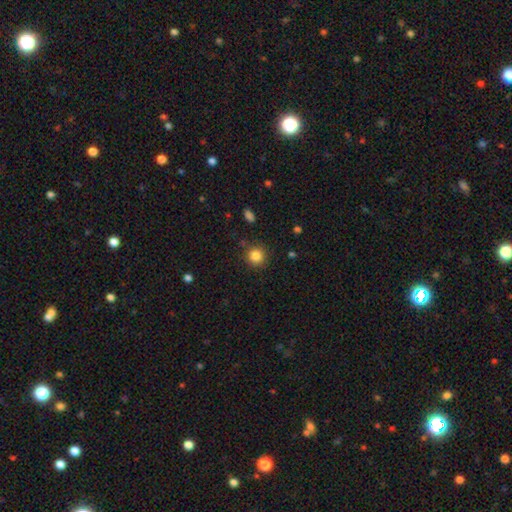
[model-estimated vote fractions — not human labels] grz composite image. It shows a smooth galaxy with no disk features (84%) that is round (92%). Merging: none (87%).